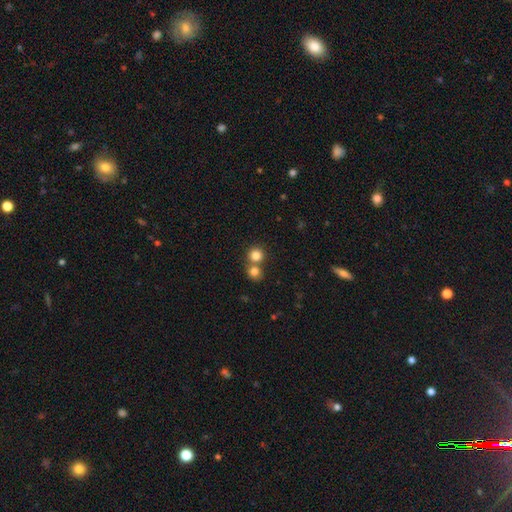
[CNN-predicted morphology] smooth 82%, star or artifact 11%, featured or disk 7%. Down the decision tree: how rounded — round (89%); merging — none (52%).